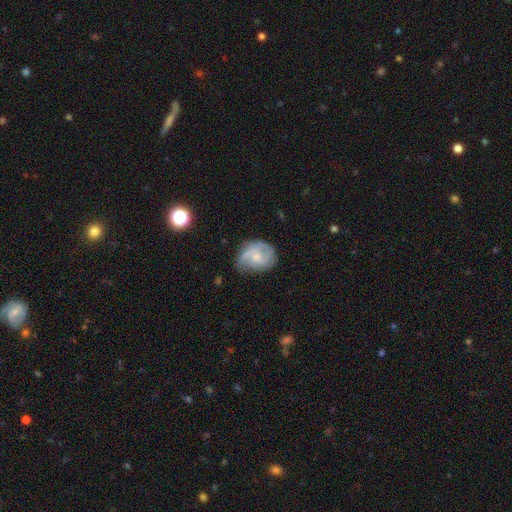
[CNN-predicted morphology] Overall: featured or disk (65%; smooth 28%). Edge-on disk: no (98%). Bar: no (61%; weak 34%). Spiral arms: yes (86%). Spiral arm count: 2 (43%; can't tell 22%). Spiral winding: medium (45%; loose 29%). Bulge size: small (50%; moderate 36%). Merging: none (60%; minor disturbance 26%).